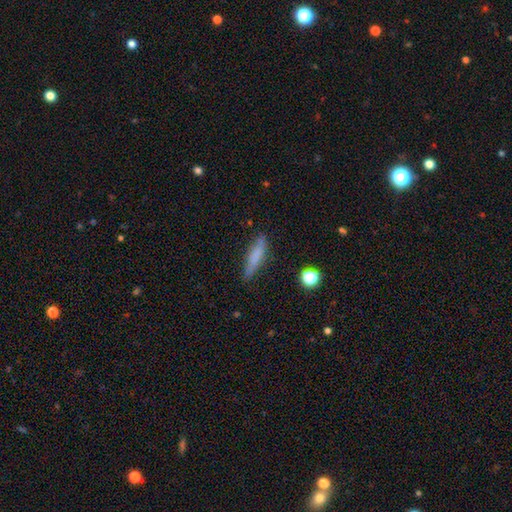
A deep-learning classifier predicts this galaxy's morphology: This is likely a smooth galaxy (72%). How rounded: likely cigar-shaped (78%). Merging: likely none (78%).